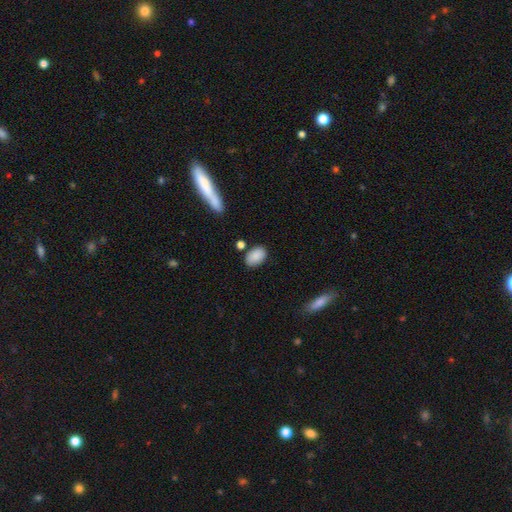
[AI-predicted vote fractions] smooth 88%, star or artifact 7%, featured or disk 5%. Down the decision tree: how rounded — in between (89%); merging — none (76%).